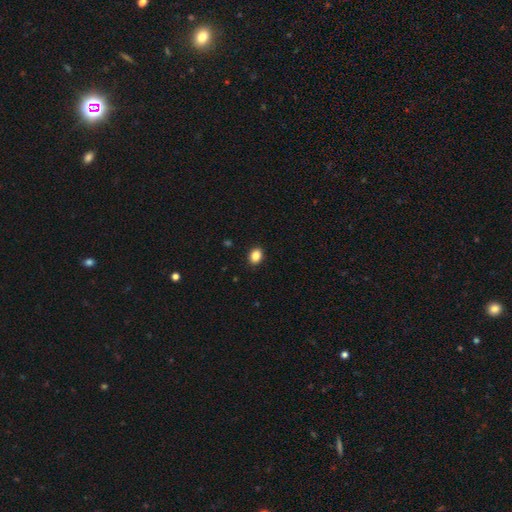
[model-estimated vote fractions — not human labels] Smooth or featured? Predicted: smooth (p=0.88). How rounded? Predicted: in between (p=0.62). Merging? Predicted: none (p=0.91).